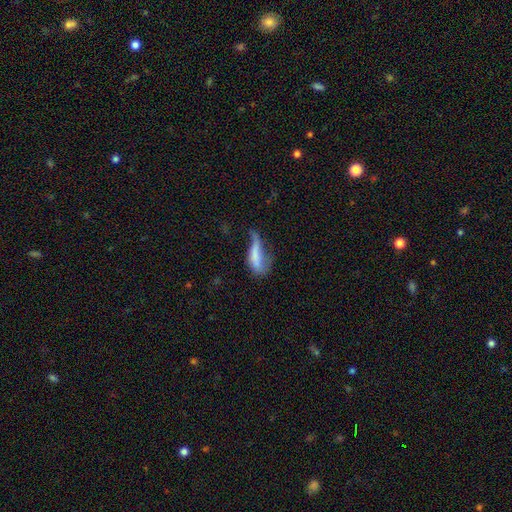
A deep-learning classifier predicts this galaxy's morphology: Smooth or featured? Predicted: smooth (p=0.59). How rounded? Predicted: in between (p=0.50). Merging? Predicted: major disturbance (p=0.45).